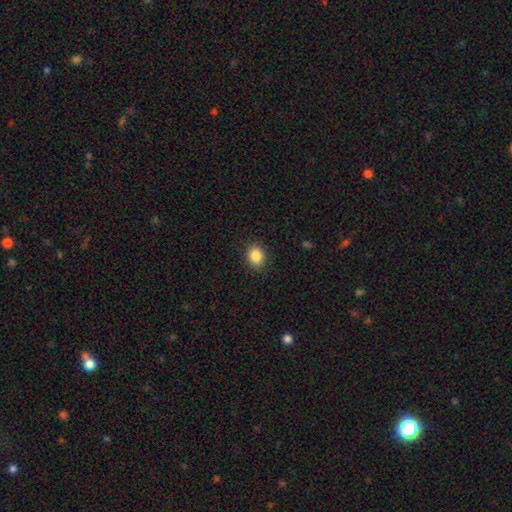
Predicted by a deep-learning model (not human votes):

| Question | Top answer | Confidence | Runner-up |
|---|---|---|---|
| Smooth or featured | smooth | 86% | star or artifact (9%) |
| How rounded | in between | 55% | round (45%) |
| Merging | none | 89% | minor disturbance (8%) |